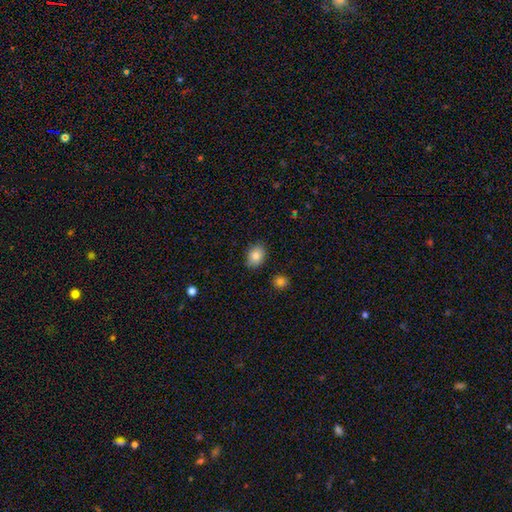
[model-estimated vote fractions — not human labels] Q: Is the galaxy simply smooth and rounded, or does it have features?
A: smooth — 84%.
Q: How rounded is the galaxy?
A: in between — 72%.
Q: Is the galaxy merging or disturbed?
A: none — 86%.